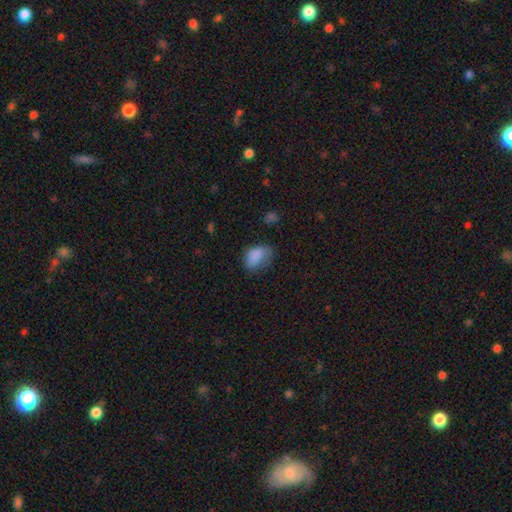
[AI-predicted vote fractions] Smooth or featured: smooth — 82% (star or artifact — 10%)
How rounded: in between — 83% (round — 15%)
Merging: none — 44% (minor disturbance — 34%)